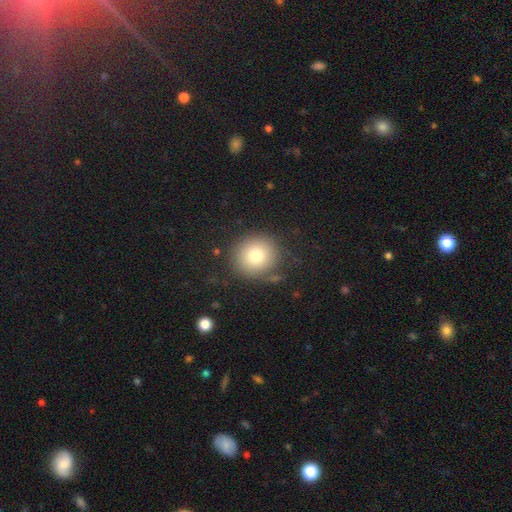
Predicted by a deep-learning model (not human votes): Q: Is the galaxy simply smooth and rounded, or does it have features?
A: smooth — 77%.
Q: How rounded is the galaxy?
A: round — 89%.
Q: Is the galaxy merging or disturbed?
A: none — 82%.